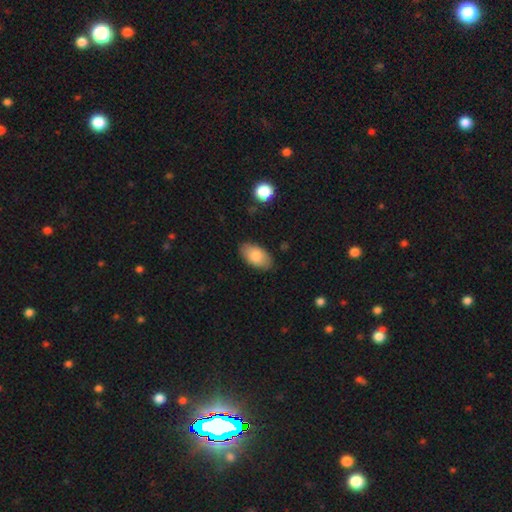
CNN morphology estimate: Smooth or featured? Predicted: smooth (p=0.83). How rounded? Predicted: in between (p=0.94). Merging? Predicted: none (p=0.84).